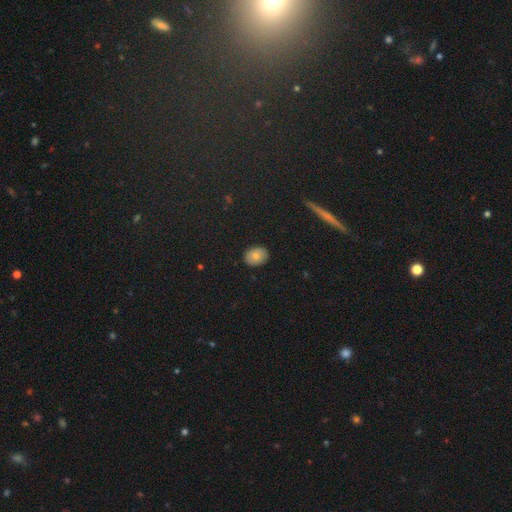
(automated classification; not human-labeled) The model was most divided on "how rounded": in between: 56%, round: 43%, cigar-shaped: 1%. More confident: merging — none (88%); smooth or featured — smooth (75%).